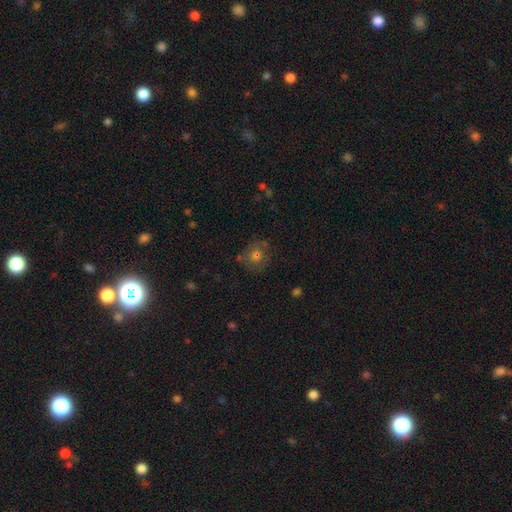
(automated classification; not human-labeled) Overall: smooth (52%; featured or disk 30%). How rounded: round (79%). Merging: none (68%).